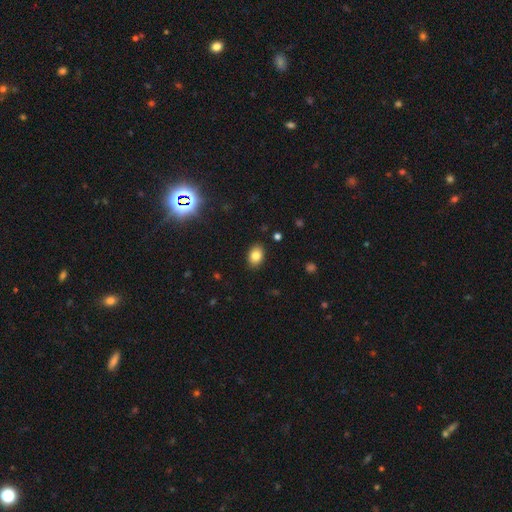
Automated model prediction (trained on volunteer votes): Morphology: type=smooth (83%); roundness=in between (78%); merging=none (88%).